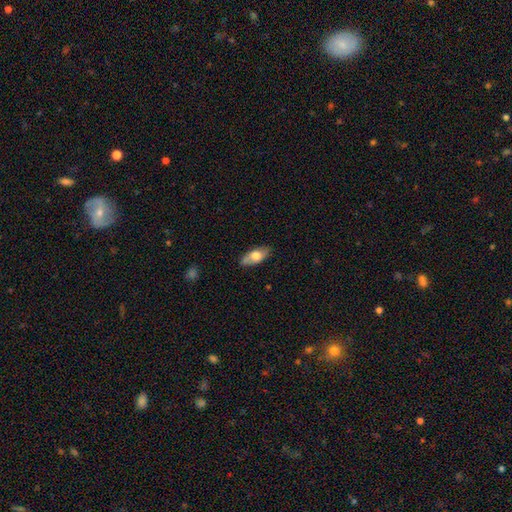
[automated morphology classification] smooth 65%, featured or disk 29%, star or artifact 6%. Down the decision tree: how rounded — in between (85%); merging — none (82%).